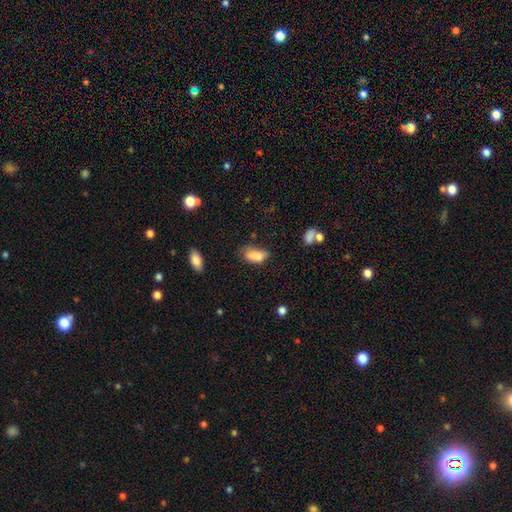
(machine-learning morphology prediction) A smooth galaxy with no disk features (81%) that is in between round and cigar-shaped (82%).

Vote fractions:
- Smooth or featured? smooth: 81% / featured or disk: 10% / star or artifact: 9%
- How rounded? in between: 82% / cigar-shaped: 14% / round: 3%
- Merging? none: 50% / minor disturbance: 31% / major disturbance: 10% / merger: 9%